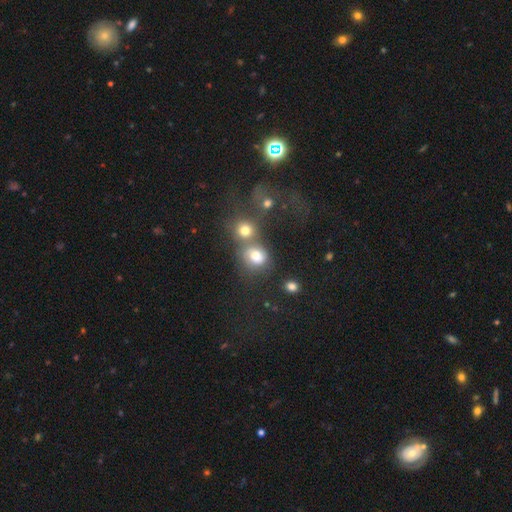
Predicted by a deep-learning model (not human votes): Smooth or featured? Predicted: smooth (p=0.71). How rounded? Predicted: round (p=0.64). Merging? Predicted: merger (p=0.44).